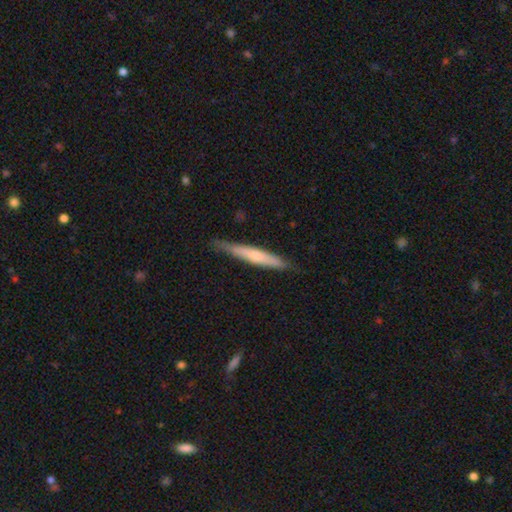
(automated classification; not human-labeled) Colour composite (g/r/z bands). It shows a smooth galaxy with no disk features (51%) that is cigar-shaped (94%). Merging: none (82%).